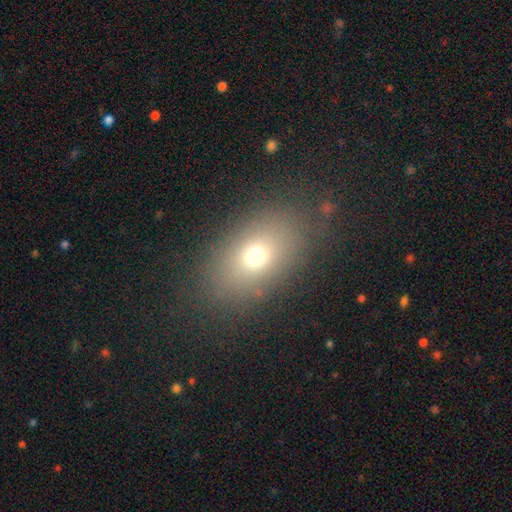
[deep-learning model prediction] Q: Smooth or featured?
A: smooth (68%); runner-up: star or artifact (16%)
Q: How rounded?
A: in between (76%); runner-up: round (22%)
Q: Merging?
A: none (80%); runner-up: minor disturbance (11%)